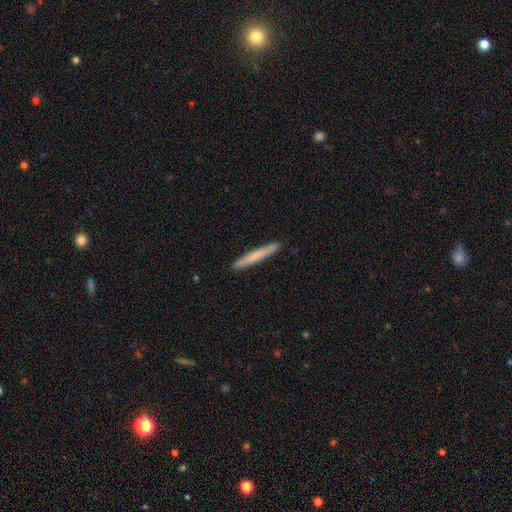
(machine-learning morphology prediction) Smooth or featured?
  - smooth: 66% *
  - featured or disk: 29%
  - star or artifact: 6%
How rounded?
  - cigar-shaped: 97% *
  - in between: 2%
  - round: 1%
Merging?
  - none: 91% *
  - minor disturbance: 6%
  - major disturbance: 1%
  - merger: 1%